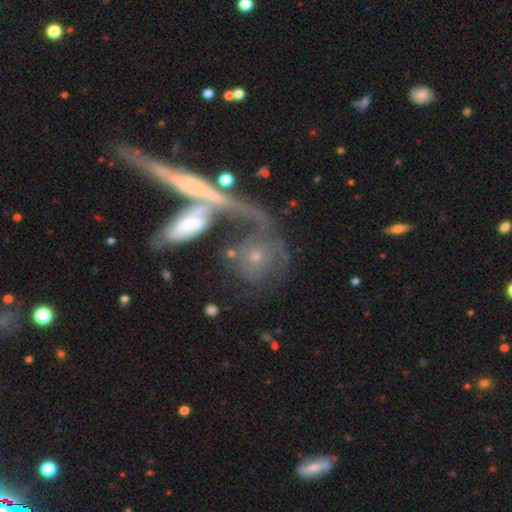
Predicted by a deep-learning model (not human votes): Morphology: type=featured or disk (57%); edge-on=no (81%); merging=merger (38%).